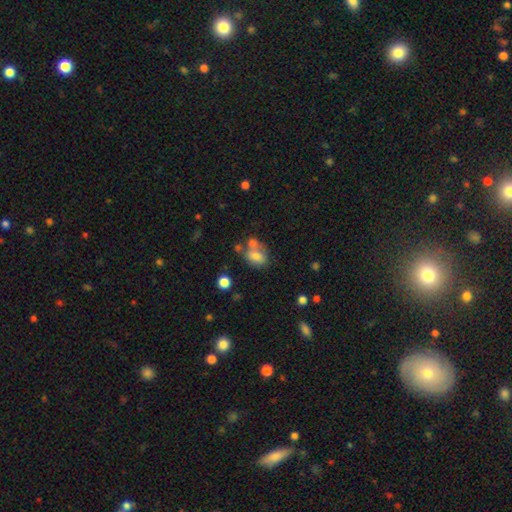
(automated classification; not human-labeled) Smooth or featured?
  - smooth: 71% *
  - featured or disk: 18%
  - star or artifact: 10%
How rounded?
  - in between: 61% *
  - round: 38%
  - cigar-shaped: 1%
Merging?
  - none: 42% *
  - merger: 34%
  - minor disturbance: 16%
  - major disturbance: 7%